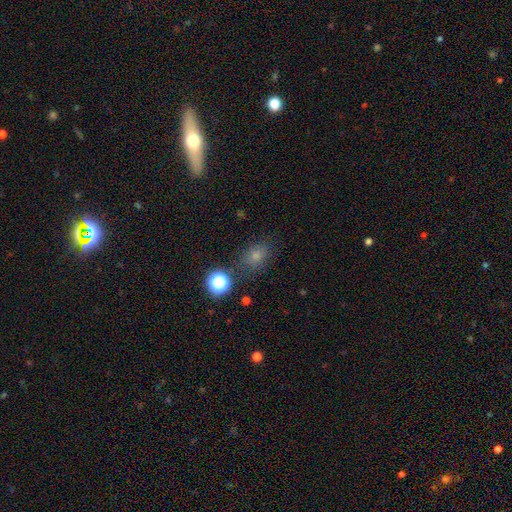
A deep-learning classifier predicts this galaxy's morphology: Q: Smooth or featured?
A: smooth (64%); runner-up: star or artifact (26%)
Q: How rounded?
A: in between (51%); runner-up: round (46%)
Q: Merging?
A: none (79%); runner-up: minor disturbance (12%)